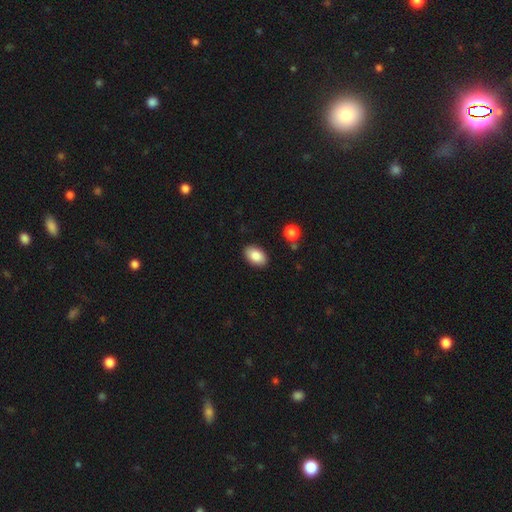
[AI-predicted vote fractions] smooth_or_featured: smooth (p=0.86) [alt: star or artifact p=0.07]
how_rounded: in between (p=0.91) [alt: round p=0.08]
merging: none (p=0.88) [alt: minor disturbance p=0.08]